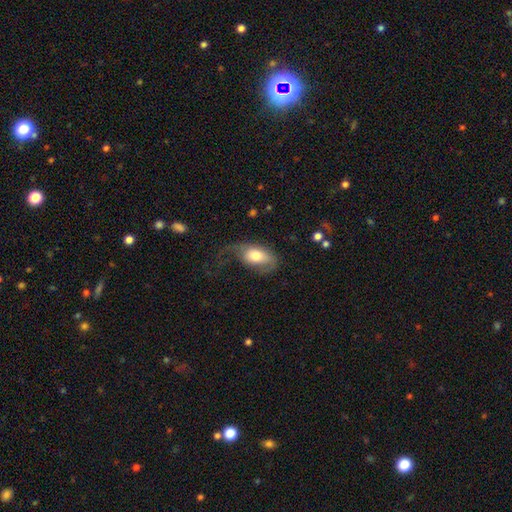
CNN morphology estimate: Smooth or featured: smooth — 63% (featured or disk — 30%)
How rounded: in between — 90% (round — 7%)
Merging: major disturbance — 41% (none — 31%)